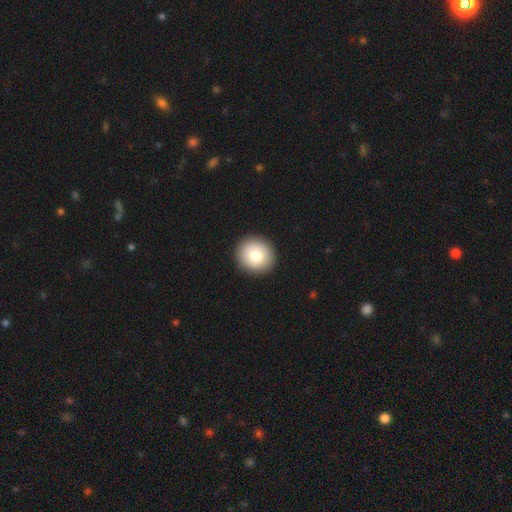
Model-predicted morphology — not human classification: This appears to be a smooth galaxy with no disk features (79%) that is round (88%). Merging: none (92%).